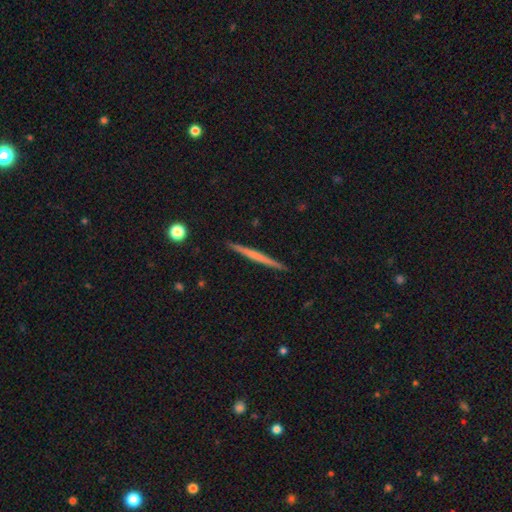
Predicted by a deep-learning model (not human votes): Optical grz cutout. It shows a featured or disk galaxy (49%). Merging: none (92%).